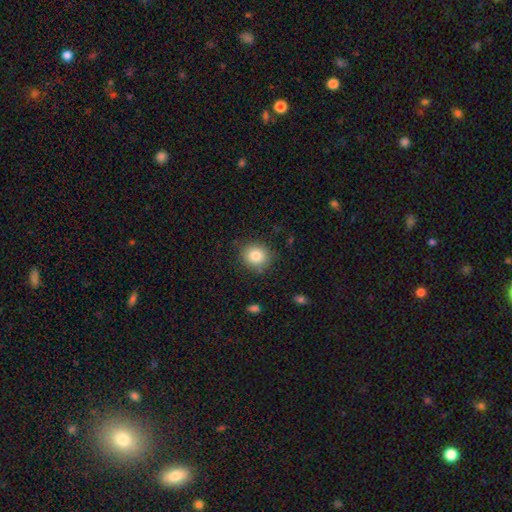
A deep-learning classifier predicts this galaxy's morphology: Smooth or featured?
  - smooth: 82% *
  - star or artifact: 10%
  - featured or disk: 8%
How rounded?
  - round: 83% *
  - in between: 17%
  - cigar-shaped: 1%
Merging?
  - none: 85% *
  - minor disturbance: 10%
  - major disturbance: 3%
  - merger: 1%